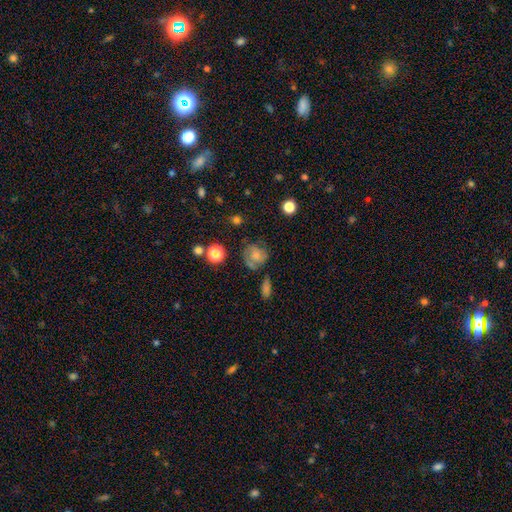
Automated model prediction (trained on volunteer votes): smooth_or_featured: smooth (p=0.56) [alt: featured or disk p=0.32]
how_rounded: round (p=0.76) [alt: in between p=0.23]
merging: none (p=0.57) [alt: minor disturbance p=0.24]